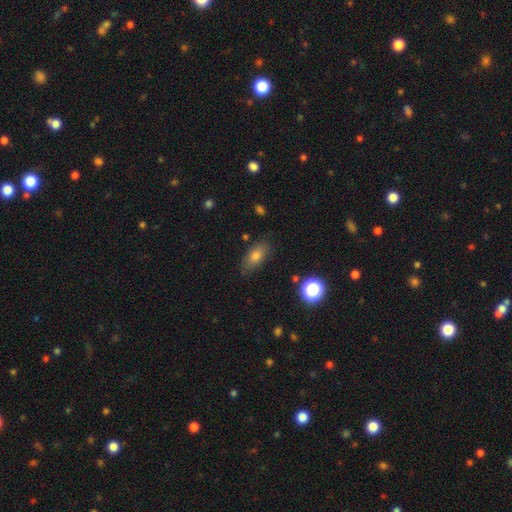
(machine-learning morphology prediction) smooth-or-featured: smooth: 75% | featured or disk: 14% | star or artifact: 12%
  how-rounded: in between: 81% | cigar-shaped: 11% | round: 8%
  merging: none: 81% | minor disturbance: 14% | major disturbance: 3% | merger: 2%